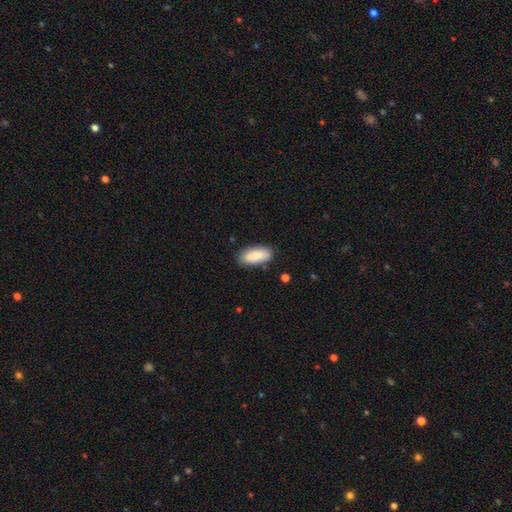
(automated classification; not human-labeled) Morphology: type=smooth (88%); roundness=in between (86%); merging=none (82%).